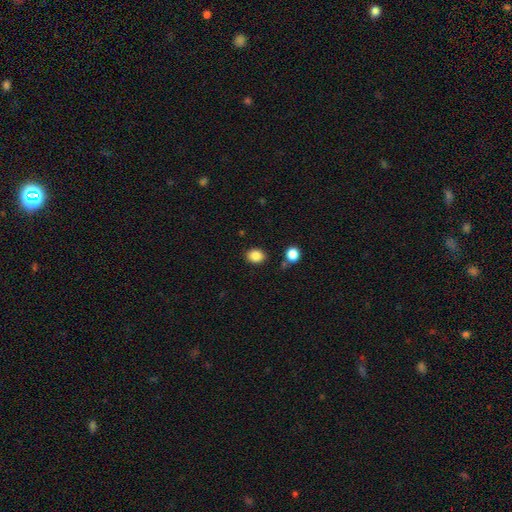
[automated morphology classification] Smooth or featured: smooth — 86% (star or artifact — 10%)
How rounded: in between — 52% (round — 47%)
Merging: none — 84% (minor disturbance — 10%)